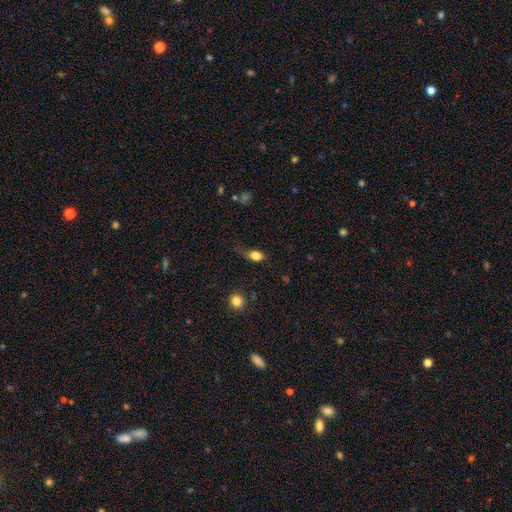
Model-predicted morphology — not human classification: Smooth or featured?
  - smooth: 81% *
  - featured or disk: 10%
  - star or artifact: 9%
How rounded?
  - in between: 77% *
  - round: 19%
  - cigar-shaped: 4%
Merging?
  - none: 38% *
  - minor disturbance: 31%
  - major disturbance: 27%
  - merger: 3%